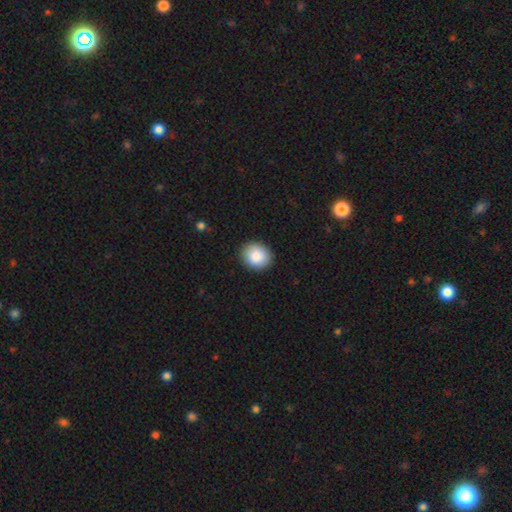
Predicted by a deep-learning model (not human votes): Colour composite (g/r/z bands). It shows a smooth galaxy with no disk features (88%) that is round (68%). Merging: none (90%).